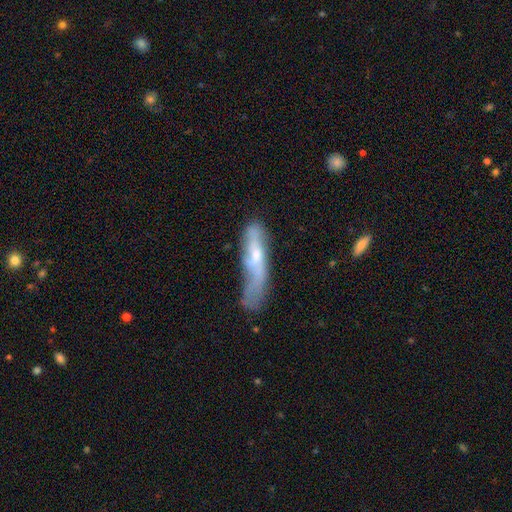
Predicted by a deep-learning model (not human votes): Overall: featured or disk (50%; smooth 43%). Edge-on disk: no (63%; yes 37%). Merging: major disturbance (31%, tied with none).